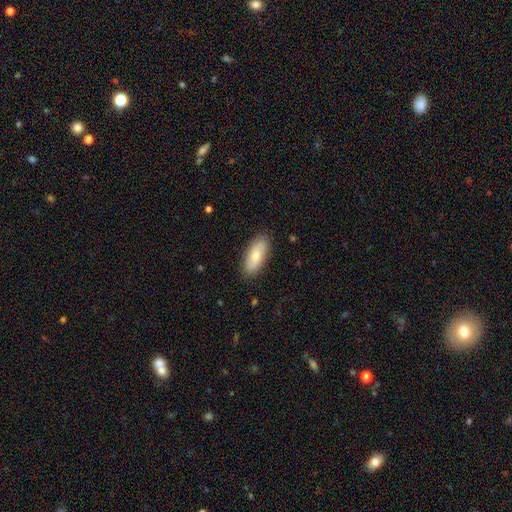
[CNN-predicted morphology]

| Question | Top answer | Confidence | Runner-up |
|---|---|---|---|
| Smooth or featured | smooth | 62% | featured or disk (33%) |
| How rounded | in between | 86% | cigar-shaped (12%) |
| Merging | none | 86% | minor disturbance (11%) |